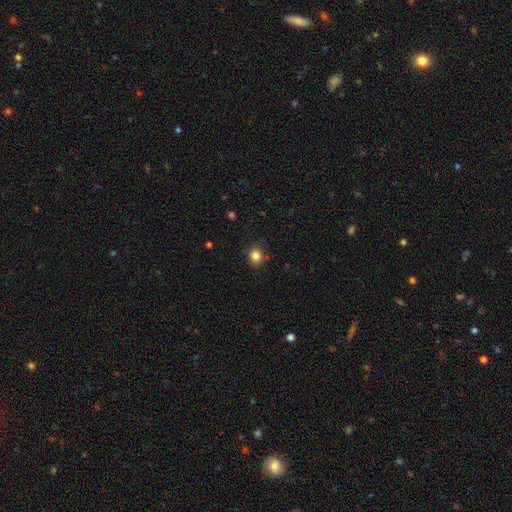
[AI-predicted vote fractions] Morphology: type=smooth (84%); roundness=round (80%); merging=none (87%).